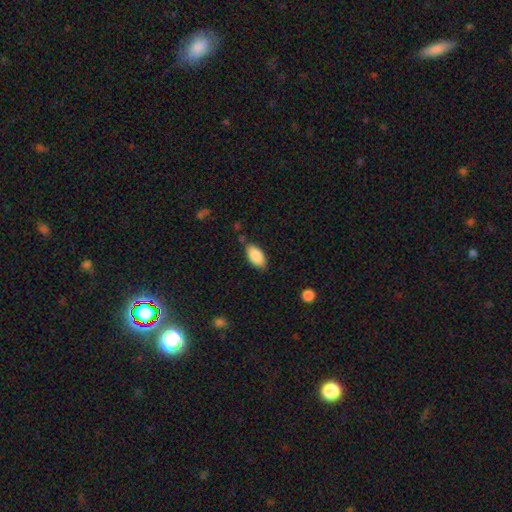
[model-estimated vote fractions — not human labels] Smooth or featured? Predicted: smooth (p=0.88). How rounded? Predicted: in between (p=0.93). Merging? Predicted: none (p=0.80).